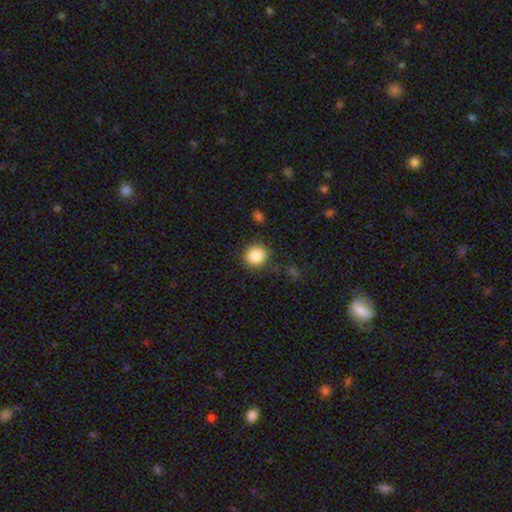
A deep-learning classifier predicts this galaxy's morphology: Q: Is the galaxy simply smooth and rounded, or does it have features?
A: smooth — 87%.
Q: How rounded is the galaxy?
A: round — 87%.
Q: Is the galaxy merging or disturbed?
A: none — 85%.